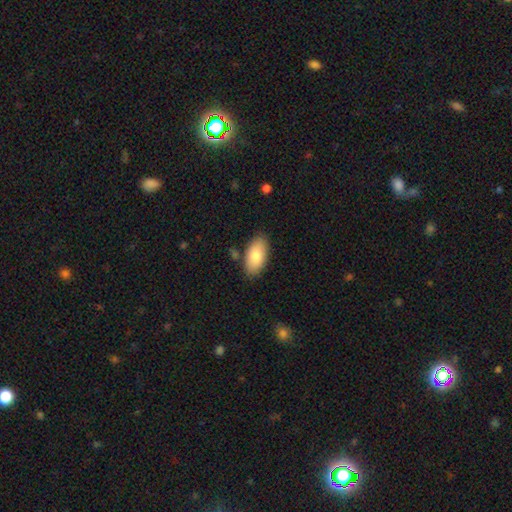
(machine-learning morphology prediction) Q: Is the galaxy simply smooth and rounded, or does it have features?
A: smooth — 81%.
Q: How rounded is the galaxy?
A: in between — 94%.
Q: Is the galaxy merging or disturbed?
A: none — 83%.